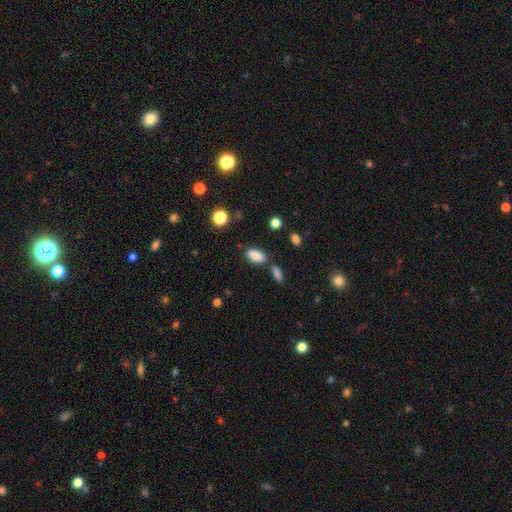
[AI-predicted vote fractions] smooth_or_featured: smooth (p=0.86) [alt: star or artifact p=0.09]
how_rounded: in between (p=0.90) [alt: cigar-shaped p=0.05]
merging: none (p=0.72) [alt: minor disturbance p=0.13]